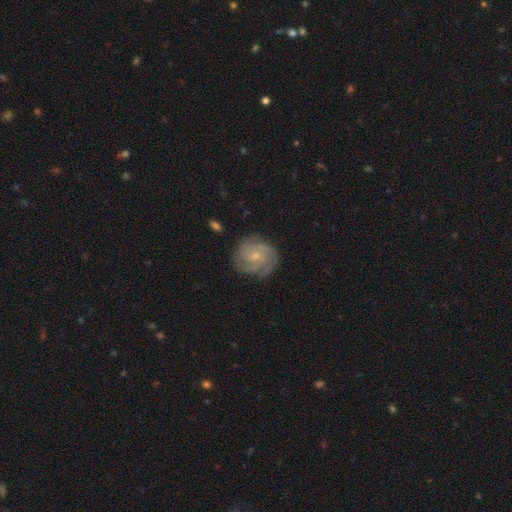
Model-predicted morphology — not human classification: Smooth or featured?
  - featured or disk: 83% *
  - smooth: 11%
  - star or artifact: 6%
Edge-on disk?
  - no: 98% *
  - yes: 2%
Bar?
  - no: 64% *
  - weak: 31%
  - strong: 5%
Spiral arms?
  - yes: 97% *
  - no: 3%
Spiral winding?
  - tight: 65% *
  - medium: 29%
  - loose: 5%
Spiral arm count?
  - 3: 39% *
  - 4: 20%
  - can't tell: 17%
  - 2: 13%
  - more than 4: 6%
  - 1: 5%
Bulge size?
  - small: 73% *
  - moderate: 22%
  - none: 3%
  - large: 1%
  - dominant: 1%
Merging?
  - none: 81% *
  - minor disturbance: 14%
  - major disturbance: 4%
  - merger: 1%